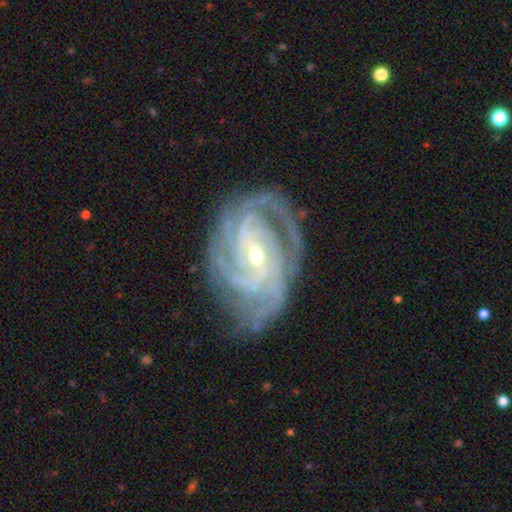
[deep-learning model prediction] featured or disk 91%, star or artifact 5%, smooth 3%. Down the decision tree: edge-on disk — no (97%); bar — weak (41%); spiral arms — yes (99%); spiral arm count — 3 (34%); spiral winding — tight (68%); bulge size — small (61%); merging — none (76%).